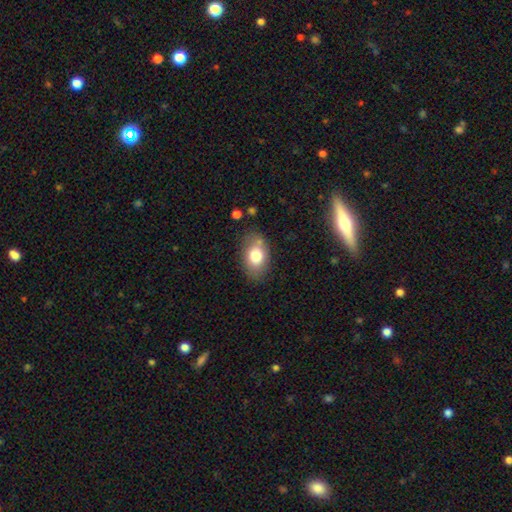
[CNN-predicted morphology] smooth_or_featured: smooth (p=0.76) [alt: featured or disk p=0.16]
how_rounded: in between (p=0.82) [alt: round p=0.17]
merging: none (p=0.75) [alt: minor disturbance p=0.16]